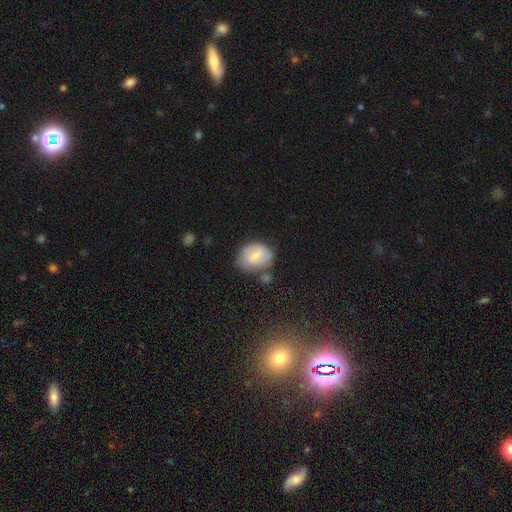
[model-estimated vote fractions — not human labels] Morphology: type=smooth (68%); roundness=in between (58%); merging=none (54%).